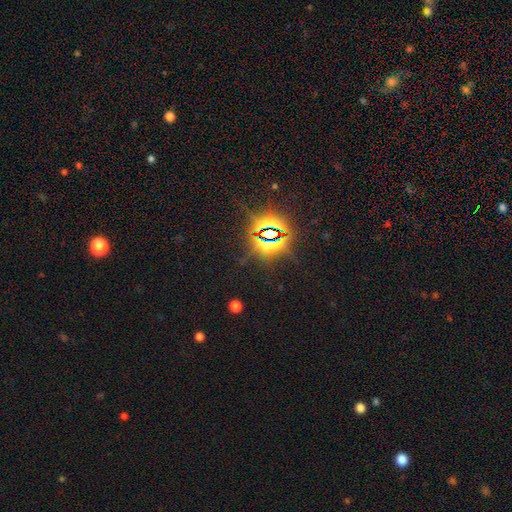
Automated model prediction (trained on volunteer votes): smooth-or-featured: star or artifact: 84% | smooth: 9% | featured or disk: 7%